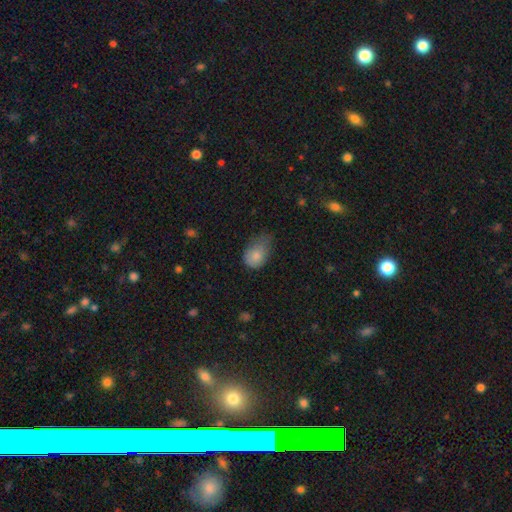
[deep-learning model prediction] smooth 80%, featured or disk 11%, star or artifact 9%. Down the decision tree: how rounded — in between (72%); merging — minor disturbance (47%).